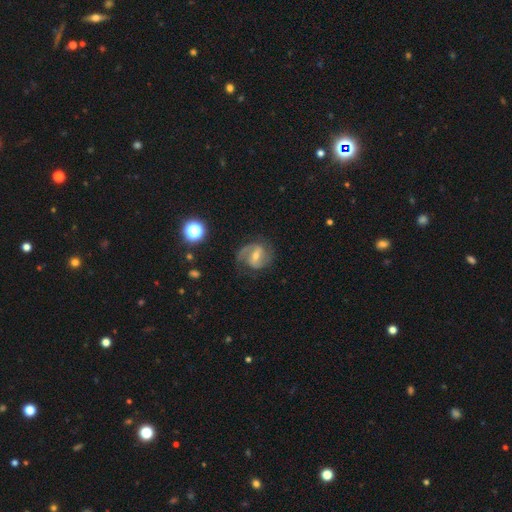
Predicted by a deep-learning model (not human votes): A featured or disk galaxy (81%) with a weak bar (43%, tied with strong), 2 (86%) medium (53%) spiral arms (94%) and a moderate central bulge (48%). Merging: none (72%).